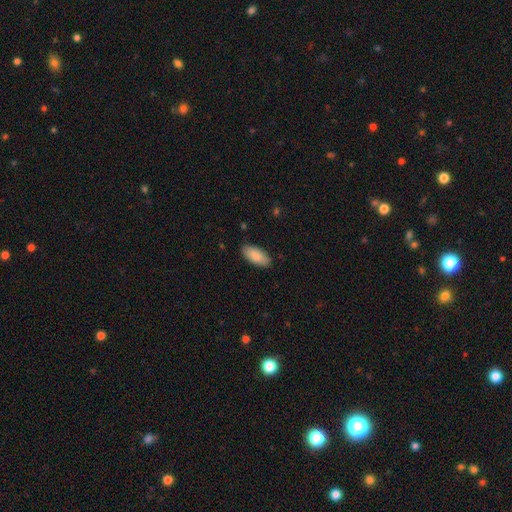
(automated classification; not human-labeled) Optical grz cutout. It shows a smooth galaxy with no disk features (88%) that is in between round and cigar-shaped (91%). Merging: none (87%).